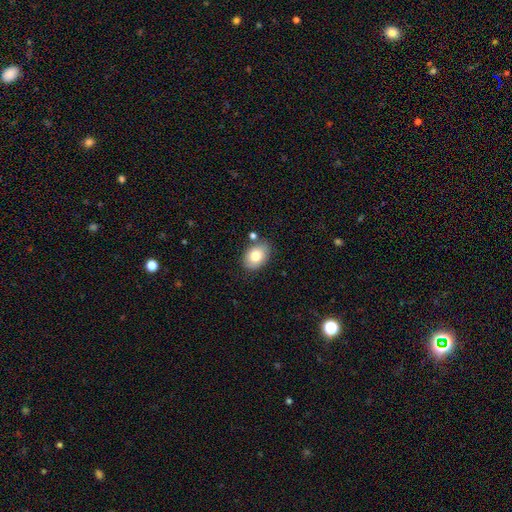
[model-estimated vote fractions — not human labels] A smooth galaxy with no disk features (80%) that is in between round and cigar-shaped (78%). Merging: none (76%).